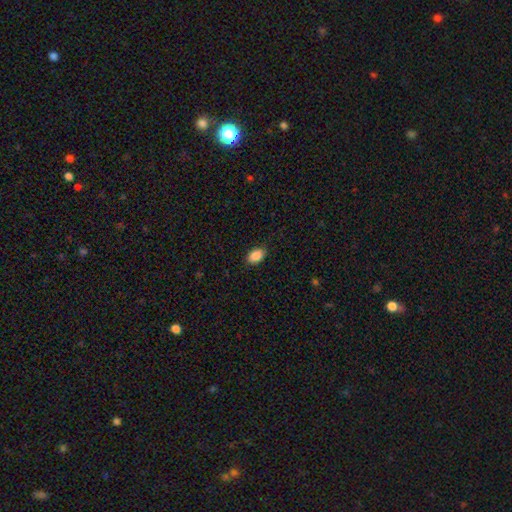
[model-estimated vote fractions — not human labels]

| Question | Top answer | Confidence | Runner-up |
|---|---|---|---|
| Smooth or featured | smooth | 88% | star or artifact (8%) |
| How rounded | in between | 88% | round (11%) |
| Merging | none | 87% | minor disturbance (10%) |